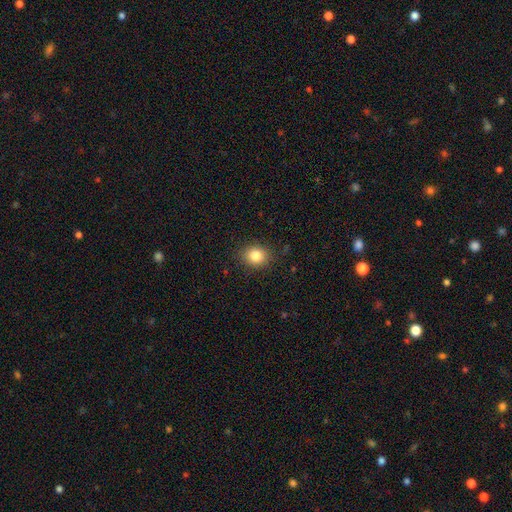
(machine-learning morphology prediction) This appears to be a smooth galaxy with no disk features (83%) that is round (65%). Merging: none (88%).